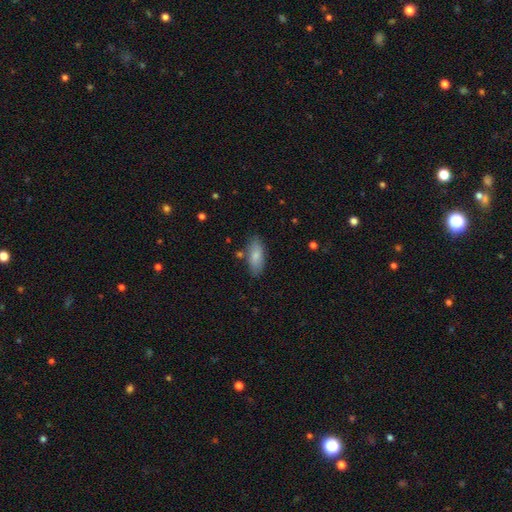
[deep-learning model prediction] smooth 81%, featured or disk 13%, star or artifact 6%. Down the decision tree: how rounded — in between (78%); merging — none (79%).